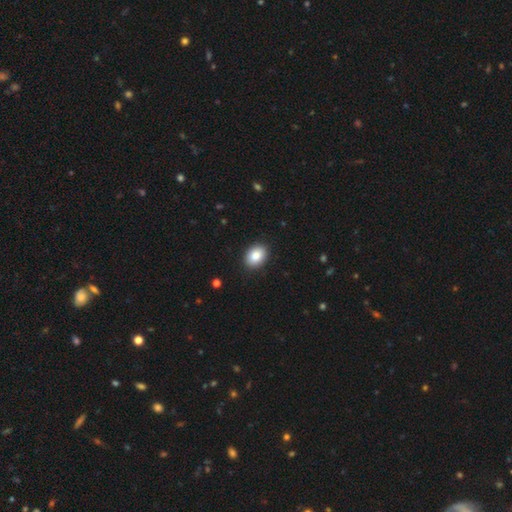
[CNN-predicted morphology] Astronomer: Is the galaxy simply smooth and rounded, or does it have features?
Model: smooth — 87%.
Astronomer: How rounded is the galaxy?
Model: in between — 72%.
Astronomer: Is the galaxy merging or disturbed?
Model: none — 90%.